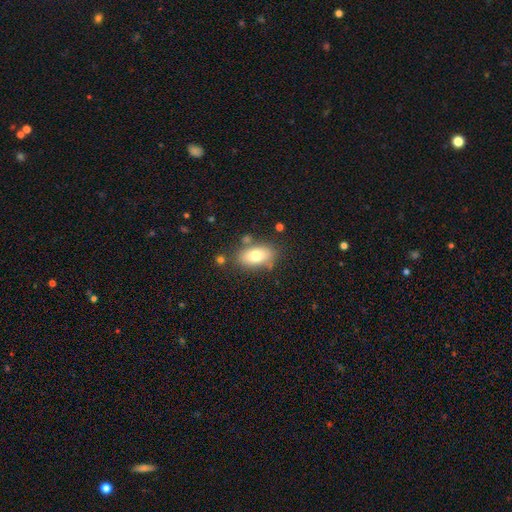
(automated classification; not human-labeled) Overall: smooth (73%). How rounded: in between (88%). Merging: none (74%).